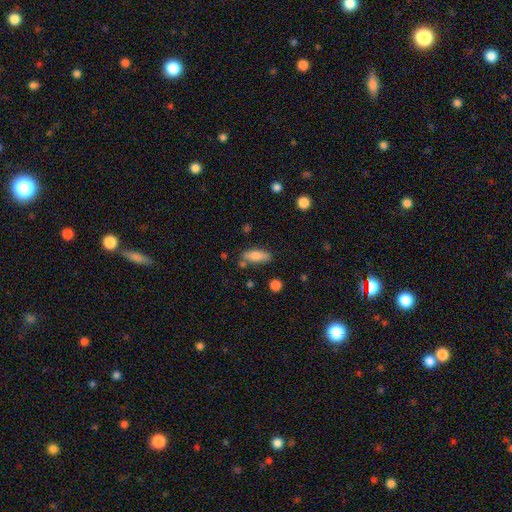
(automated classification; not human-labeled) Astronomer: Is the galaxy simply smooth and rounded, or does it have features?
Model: smooth — 75%.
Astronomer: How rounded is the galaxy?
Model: in between — 67%.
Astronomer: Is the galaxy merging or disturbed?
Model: none — 73%.